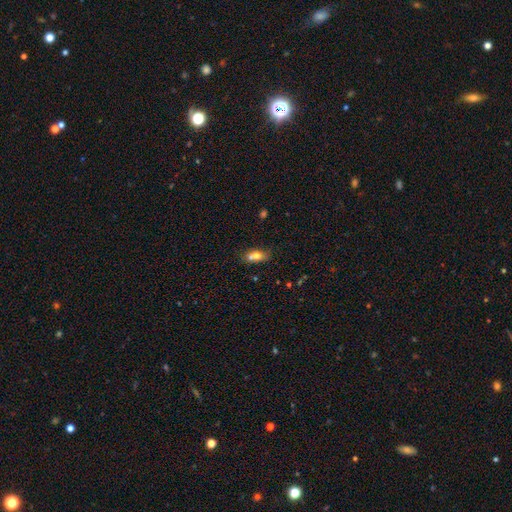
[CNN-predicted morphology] Smooth or featured? Predicted: smooth (p=0.70). How rounded? Predicted: in between (p=0.72). Merging? Predicted: none (p=0.41).